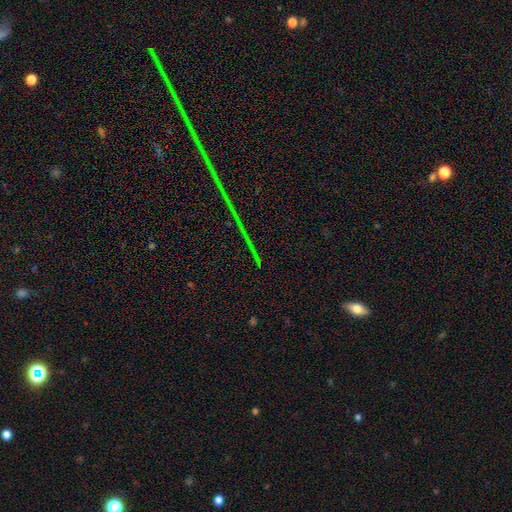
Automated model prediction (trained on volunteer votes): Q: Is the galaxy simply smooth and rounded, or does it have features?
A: star or artifact — 84%.